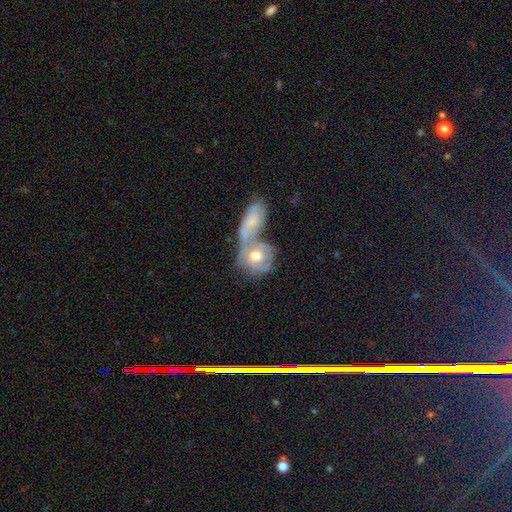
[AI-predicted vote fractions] Q: Smooth or featured?
A: featured or disk (56%); runner-up: smooth (37%)
Q: Edge-on disk?
A: no (93%); runner-up: yes (7%)
Q: Bar?
A: no (77%); runner-up: weak (19%)
Q: Spiral arms?
A: yes (62%); runner-up: no (38%)
Q: Bulge size?
A: moderate (61%); runner-up: large (20%)
Q: Merging?
A: merger (67%); runner-up: none (17%)